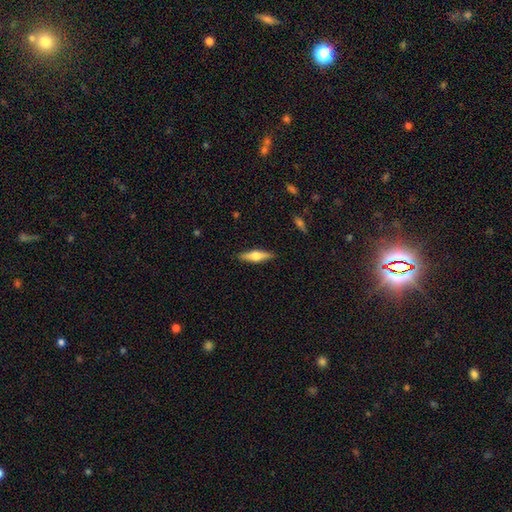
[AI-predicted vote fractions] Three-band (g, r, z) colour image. It shows a featured or disk galaxy (48%). Merging: none (89%).